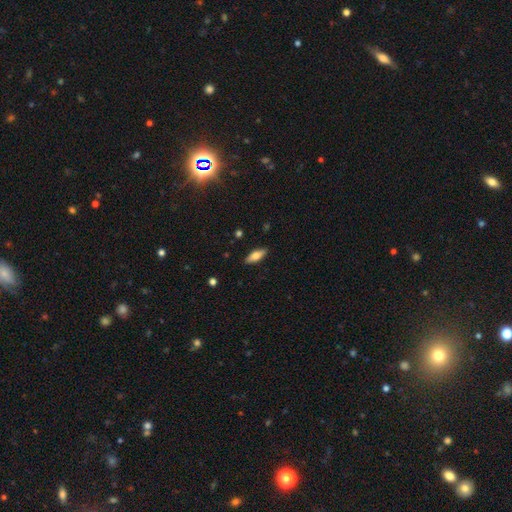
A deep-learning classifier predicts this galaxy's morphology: Overall: smooth (66%; featured or disk 28%). How rounded: in between (65%; cigar-shaped 33%). Merging: none (88%).